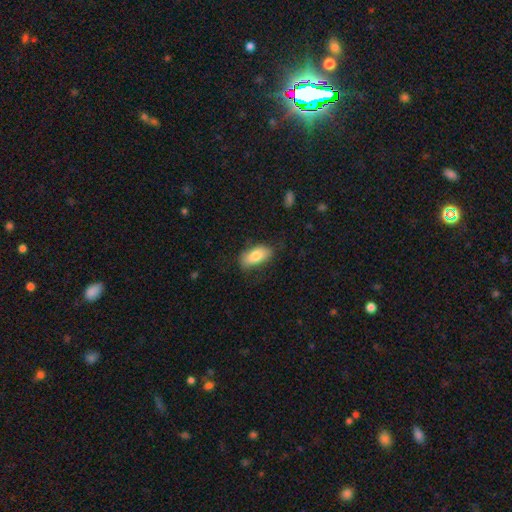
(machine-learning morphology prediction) smooth_or_featured: smooth (p=0.82) [alt: featured or disk p=0.12]
how_rounded: in between (p=0.90) [alt: cigar-shaped p=0.07]
merging: none (p=0.75) [alt: minor disturbance p=0.19]